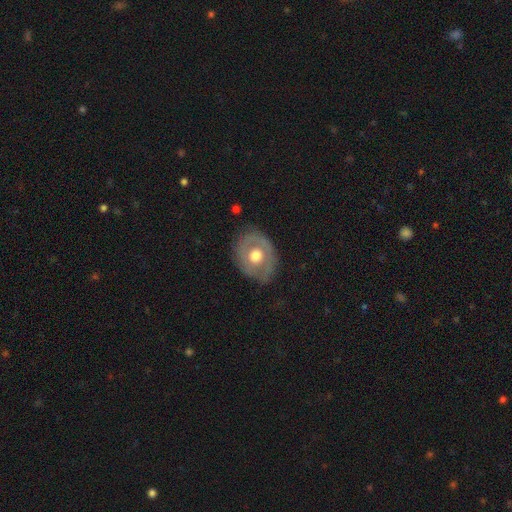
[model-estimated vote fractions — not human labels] Smooth or featured? featured or disk (57%)
Edge-on disk? no (94%)
Bar? no (87%)
Spiral arms? no (70%)
Bulge size? moderate (68%)
Merging? none (73%)